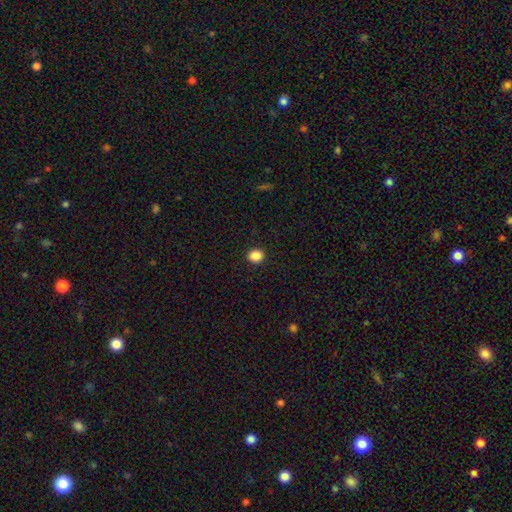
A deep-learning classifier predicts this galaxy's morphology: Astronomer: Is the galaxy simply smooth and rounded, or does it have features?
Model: smooth — 87%.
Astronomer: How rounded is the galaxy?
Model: round — 76%.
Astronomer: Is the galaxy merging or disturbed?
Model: none — 92%.